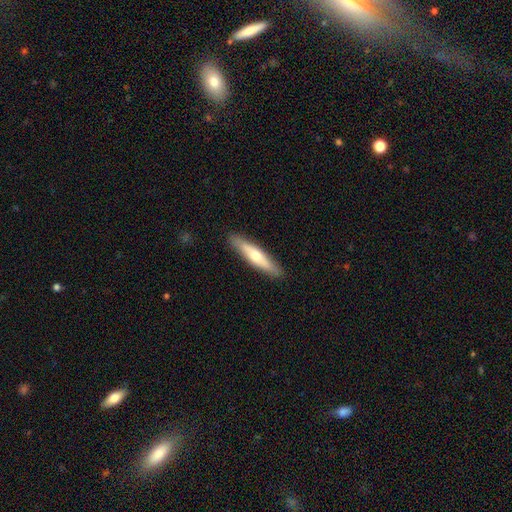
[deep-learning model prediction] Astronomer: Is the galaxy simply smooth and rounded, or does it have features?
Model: smooth — 51% (runner-up: featured or disk, 44%).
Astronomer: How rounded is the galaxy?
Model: cigar-shaped — 85%.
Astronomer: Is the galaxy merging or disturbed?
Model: none — 89%.